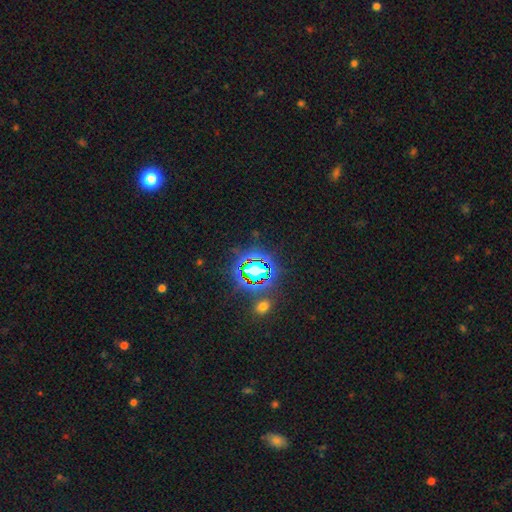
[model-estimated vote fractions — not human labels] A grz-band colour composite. It shows a star or artifact, not a galaxy (81%).